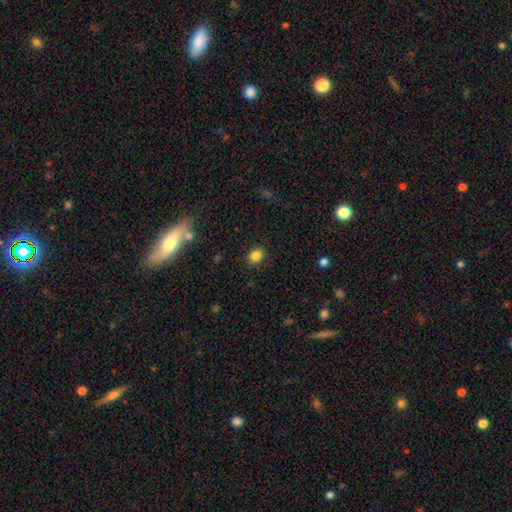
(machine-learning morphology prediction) A smooth galaxy with no disk features (84%) that is round (56%). Merging: none (88%).